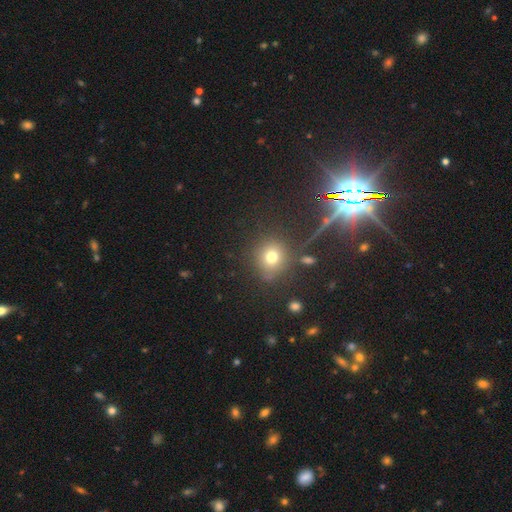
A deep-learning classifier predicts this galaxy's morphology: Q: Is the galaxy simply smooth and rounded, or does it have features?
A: star or artifact — 51%.